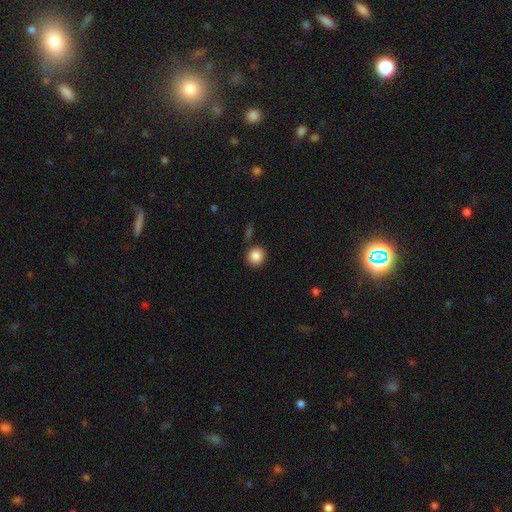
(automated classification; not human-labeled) This appears to be a smooth galaxy with no disk features (87%) that is round (91%). Merging: none (85%).